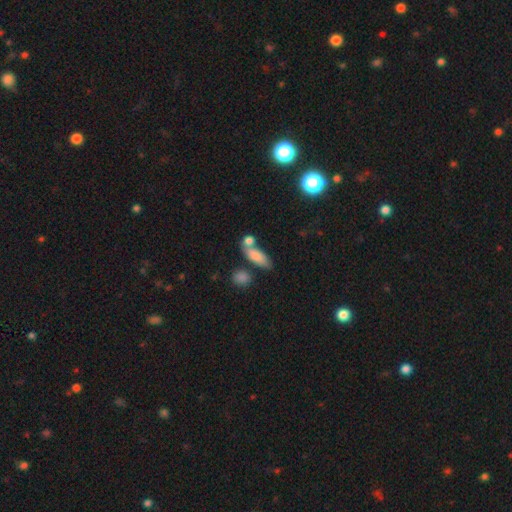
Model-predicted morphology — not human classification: Q: Smooth or featured?
A: smooth (82%); runner-up: featured or disk (10%)
Q: How rounded?
A: in between (69%); runner-up: cigar-shaped (27%)
Q: Merging?
A: none (50%); runner-up: merger (31%)